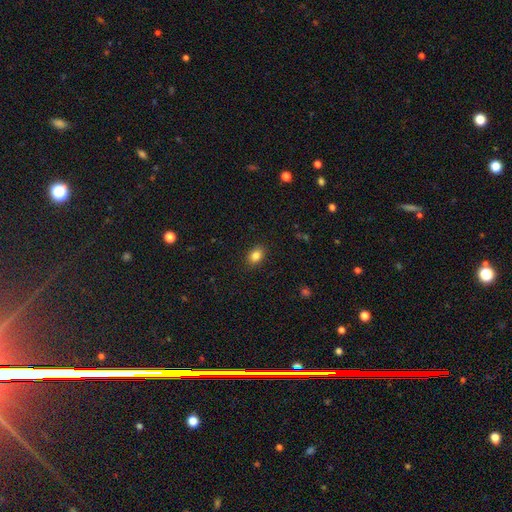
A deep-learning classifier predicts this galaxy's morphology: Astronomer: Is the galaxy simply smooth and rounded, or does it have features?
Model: smooth — 84%.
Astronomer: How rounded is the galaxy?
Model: in between — 74%.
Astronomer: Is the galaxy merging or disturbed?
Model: none — 88%.